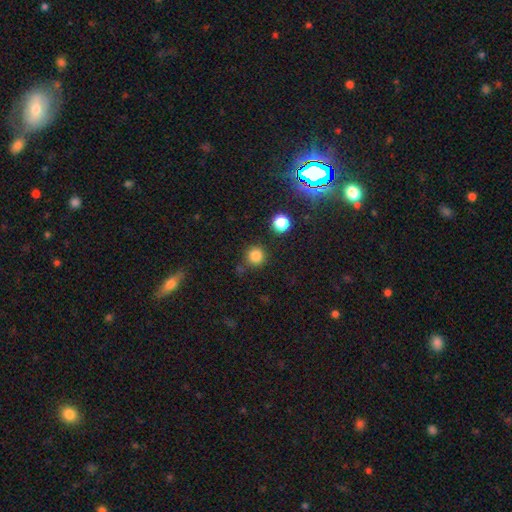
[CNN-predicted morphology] This is clearly a smooth galaxy (82%). How rounded: clearly round (94%). Merging: clearly none (81%).